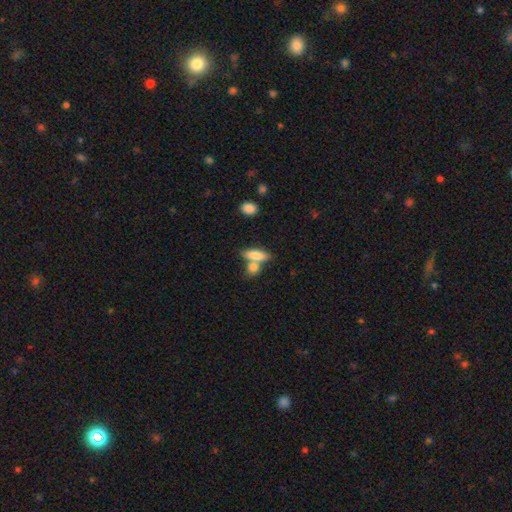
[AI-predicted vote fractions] Smooth or featured?
  - smooth: 78% *
  - featured or disk: 15%
  - star or artifact: 7%
How rounded?
  - in between: 54% *
  - cigar-shaped: 38%
  - round: 8%
Merging?
  - none: 47% *
  - merger: 38%
  - minor disturbance: 10%
  - major disturbance: 4%